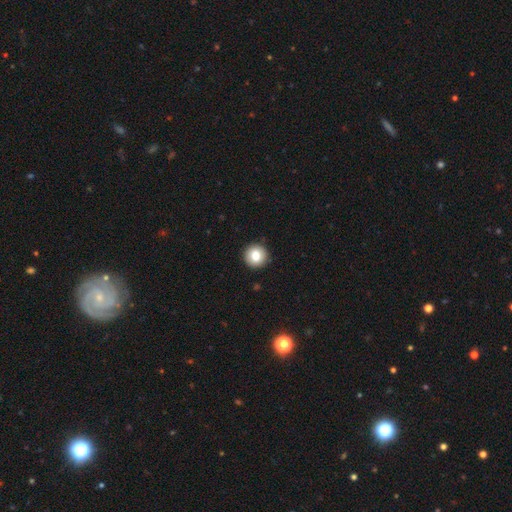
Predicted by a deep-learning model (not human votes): This appears to be a smooth galaxy with no disk features (82%) that is round (95%). Merging: none (92%).